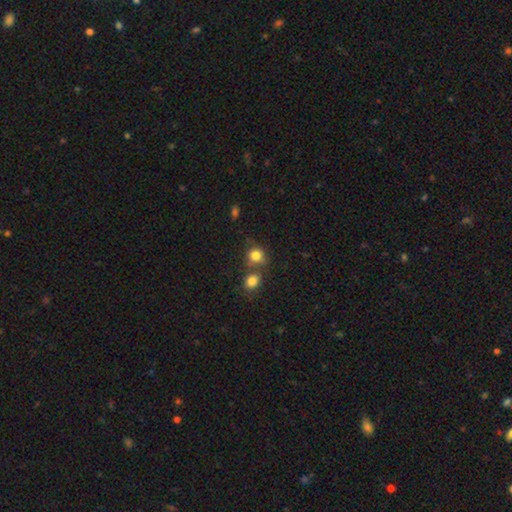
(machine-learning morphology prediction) Smooth or featured? smooth (82%)
How rounded? round (78%)
Merging? none (52%)